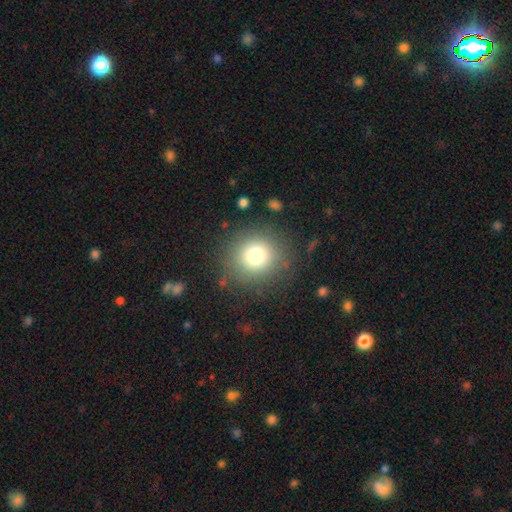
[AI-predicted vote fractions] smooth-or-featured: smooth: 77% | star or artifact: 13% | featured or disk: 10%
  how-rounded: round: 92% | in between: 8% | cigar-shaped: 1%
  merging: none: 83% | minor disturbance: 10% | major disturbance: 5% | merger: 2%